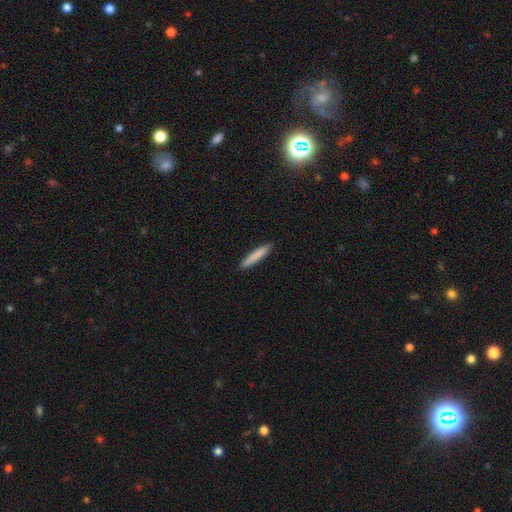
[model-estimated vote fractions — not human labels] smooth_or_featured: smooth (p=0.83) [alt: featured or disk p=0.12]
how_rounded: cigar-shaped (p=0.92) [alt: in between p=0.07]
merging: none (p=0.91) [alt: minor disturbance p=0.07]